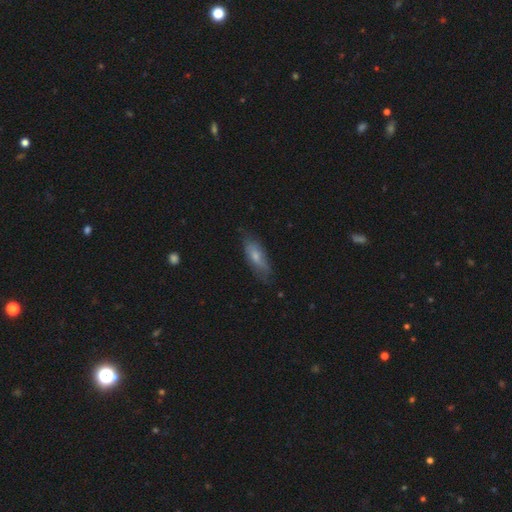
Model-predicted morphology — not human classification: Smooth or featured? smooth (65%)
How rounded? in between (63%)
Merging? none (68%)